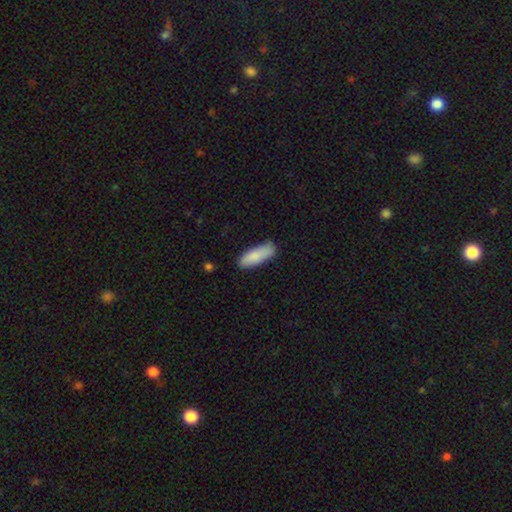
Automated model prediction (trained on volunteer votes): Morphology: type=smooth (87%); roundness=in between (62%); merging=none (78%).